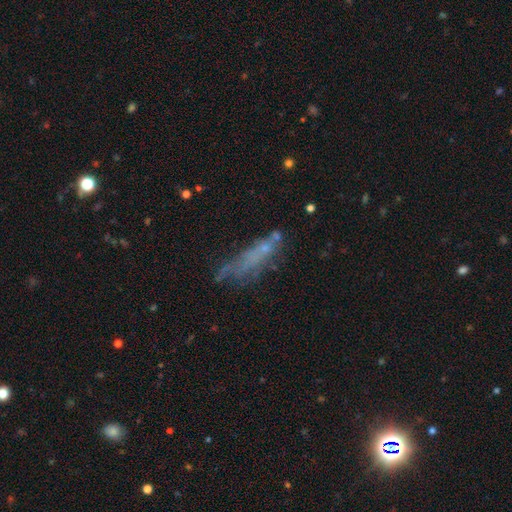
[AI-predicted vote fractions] The model was most divided on "smooth or featured": smooth: 45%, featured or disk: 37%, star or artifact: 18%. Remaining: merging — none (45%).